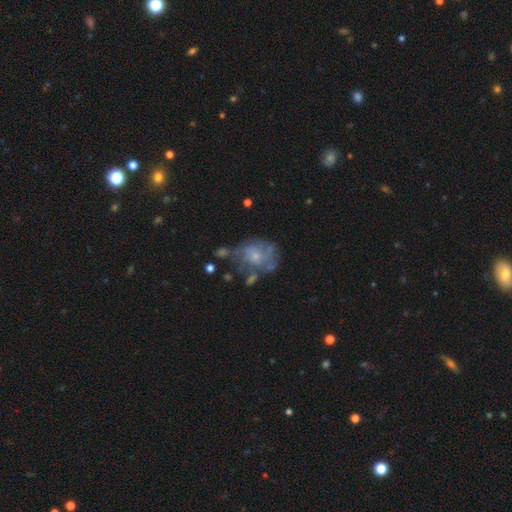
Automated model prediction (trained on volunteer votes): This is likely a featured or disk galaxy (60%). It is clearly not viewed edge-on (98%). Bar: clearly no (82%). Spiral arm pattern: possibly yes (52%). Central bulge: likely small (63%). Merging: marginally none (39%).